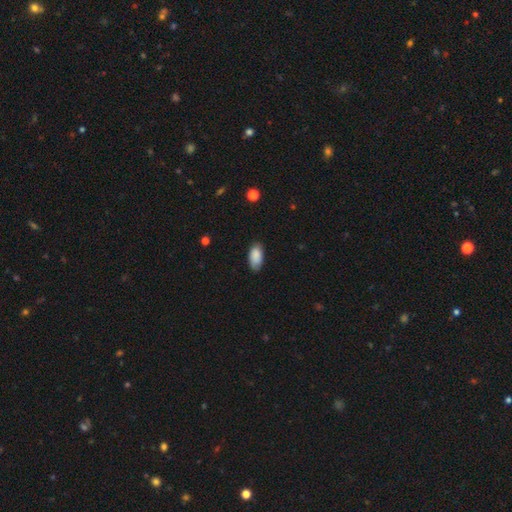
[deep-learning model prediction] Q: Smooth or featured?
A: smooth (88%); runner-up: star or artifact (6%)
Q: How rounded?
A: in between (94%); runner-up: cigar-shaped (4%)
Q: Merging?
A: none (79%); runner-up: minor disturbance (17%)